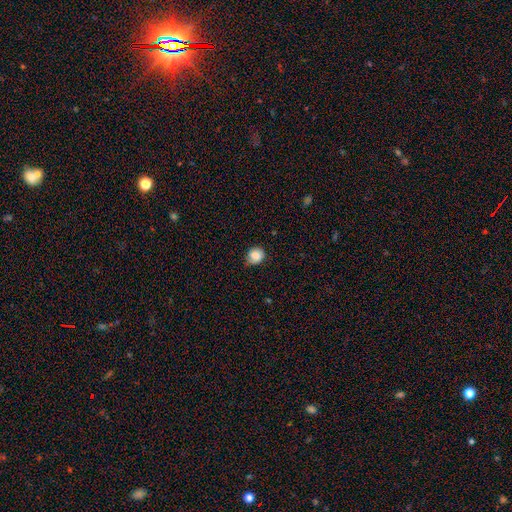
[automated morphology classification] Smooth or featured? Predicted: smooth (p=0.84). How rounded? Predicted: round (p=0.72). Merging? Predicted: none (p=0.63).